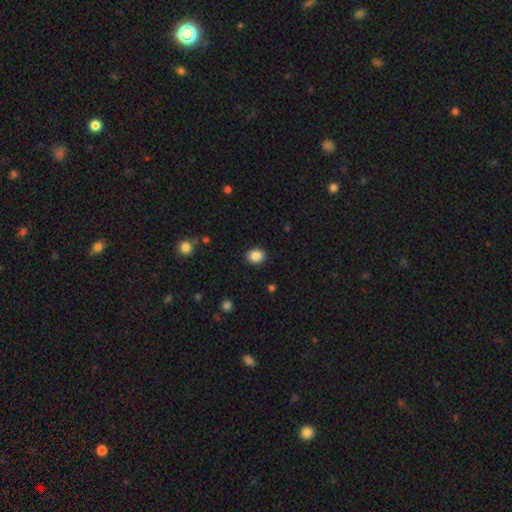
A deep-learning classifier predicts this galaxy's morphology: Smooth or featured? Predicted: smooth (p=0.87). How rounded? Predicted: round (p=0.50). Merging? Predicted: none (p=0.89).